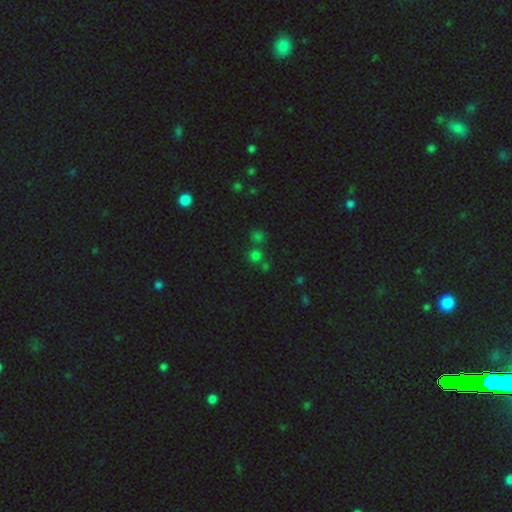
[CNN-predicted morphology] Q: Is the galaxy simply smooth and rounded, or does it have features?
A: smooth — 60%.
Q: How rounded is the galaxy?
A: round — 90%.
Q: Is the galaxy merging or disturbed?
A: none — 64%.